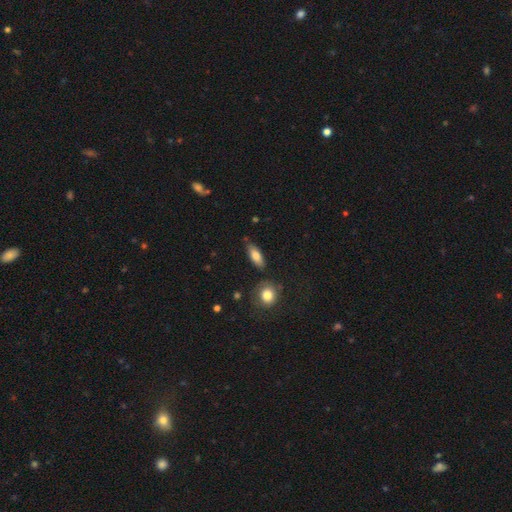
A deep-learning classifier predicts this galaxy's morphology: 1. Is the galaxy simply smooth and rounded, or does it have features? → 76% smooth, 16% featured or disk, 7% star or artifact.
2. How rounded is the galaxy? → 71% in between, 25% cigar-shaped, 3% round.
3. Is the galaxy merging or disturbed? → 77% none, 15% minor disturbance, 4% merger, 3% major disturbance.